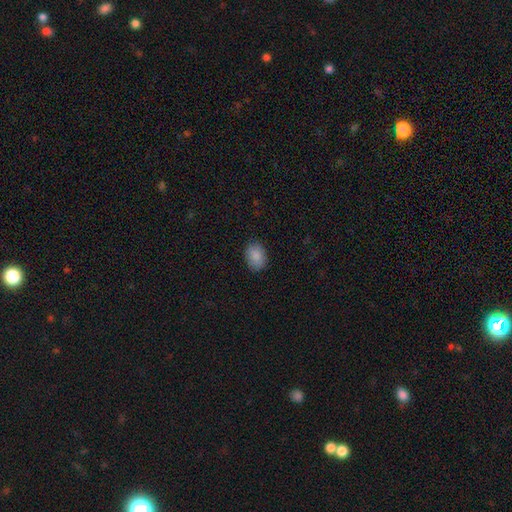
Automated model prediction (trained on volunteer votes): This is clearly a smooth galaxy (88%). How rounded: likely in between (75%). Merging: clearly none (85%).